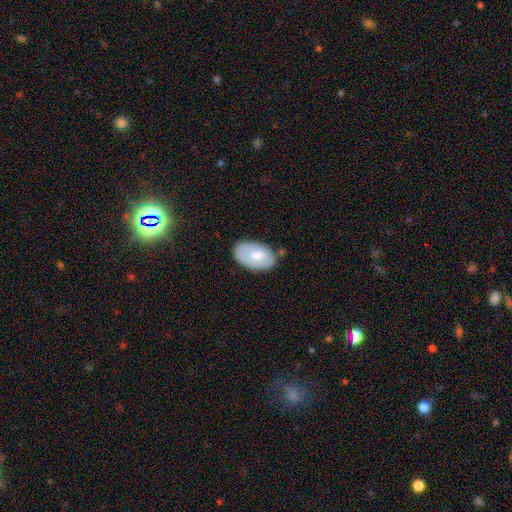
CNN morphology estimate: The model was most divided on "smooth or featured": smooth: 70%, featured or disk: 25%, star or artifact: 6%. More confident: how rounded — in between (94%); merging — none (69%).